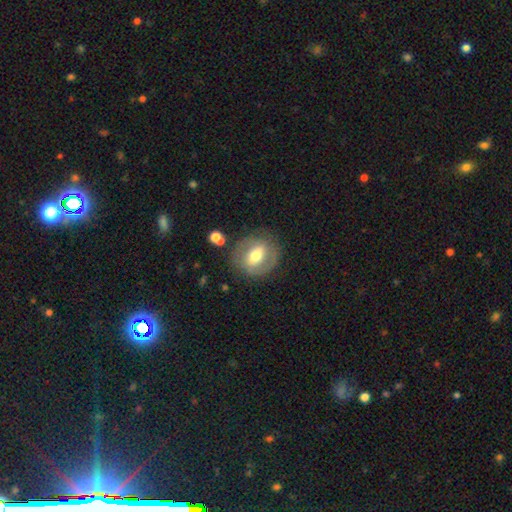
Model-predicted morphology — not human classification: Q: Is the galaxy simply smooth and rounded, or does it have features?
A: featured or disk — 52%.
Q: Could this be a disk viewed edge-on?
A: no — 93%.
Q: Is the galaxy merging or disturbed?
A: none — 78%.